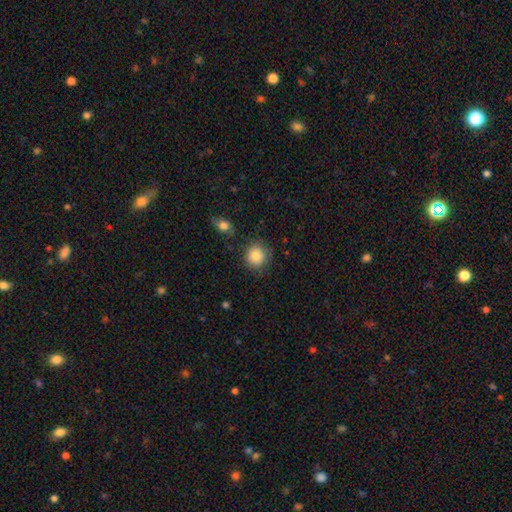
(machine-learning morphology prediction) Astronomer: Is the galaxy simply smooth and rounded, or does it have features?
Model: smooth — 86%.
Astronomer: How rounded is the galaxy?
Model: round — 86%.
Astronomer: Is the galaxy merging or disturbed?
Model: none — 83%.